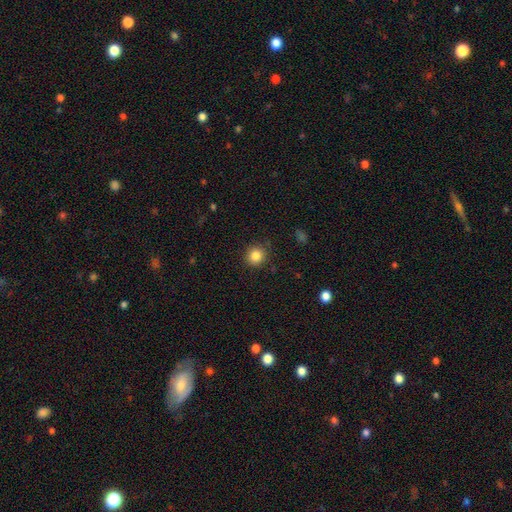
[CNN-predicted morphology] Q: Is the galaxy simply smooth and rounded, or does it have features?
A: smooth — 85%.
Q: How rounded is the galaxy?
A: round — 91%.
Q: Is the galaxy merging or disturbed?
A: none — 88%.